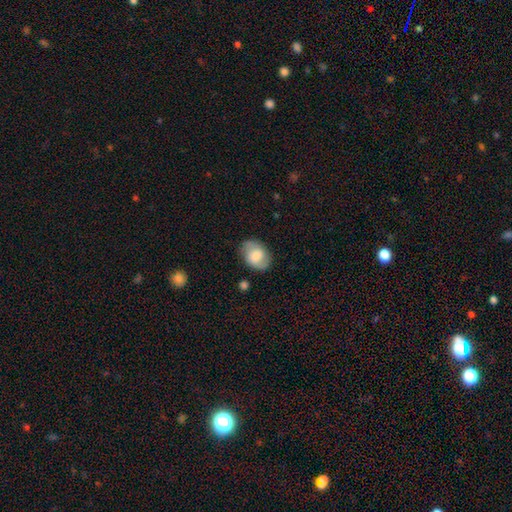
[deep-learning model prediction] Q: Smooth or featured?
A: smooth (65%); runner-up: featured or disk (28%)
Q: How rounded?
A: in between (75%); runner-up: round (24%)
Q: Merging?
A: none (76%); runner-up: minor disturbance (18%)